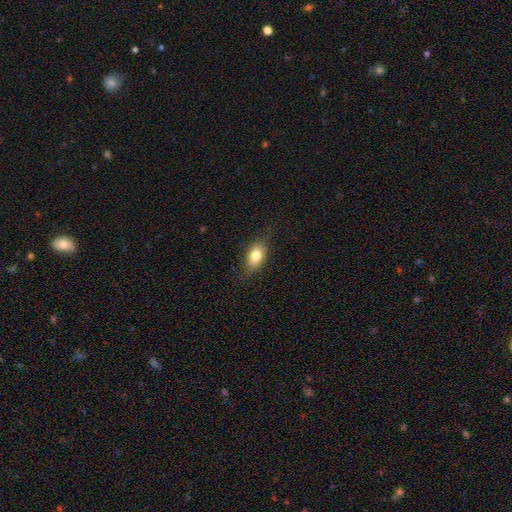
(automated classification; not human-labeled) smooth-or-featured: smooth: 80% | featured or disk: 12% | star or artifact: 8%
  how-rounded: in between: 85% | round: 10% | cigar-shaped: 5%
  merging: none: 81% | minor disturbance: 15% | major disturbance: 4% | merger: 1%